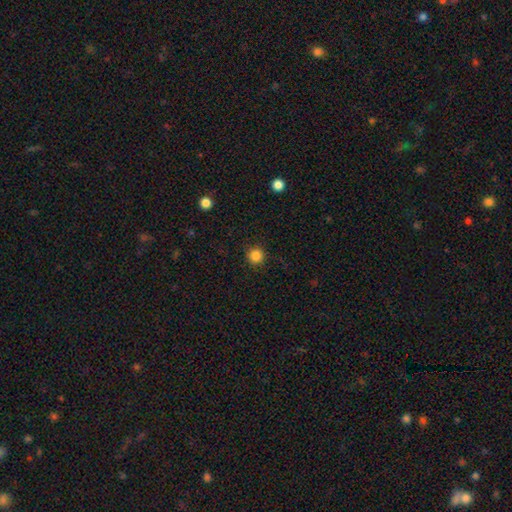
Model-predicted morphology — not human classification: This is clearly a smooth galaxy (85%). How rounded: clearly round (95%). Merging: clearly none (90%).